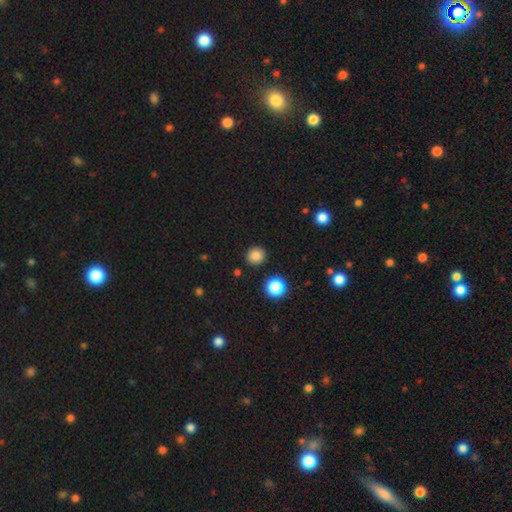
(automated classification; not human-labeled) Overall: smooth (84%). How rounded: round (89%). Merging: none (89%).